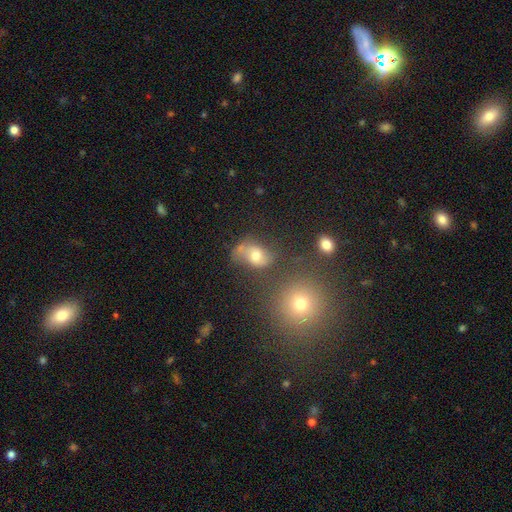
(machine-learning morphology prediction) smooth 51%, featured or disk 31%, star or artifact 18%. Down the decision tree: how rounded — in between (60%); merging — none (52%).